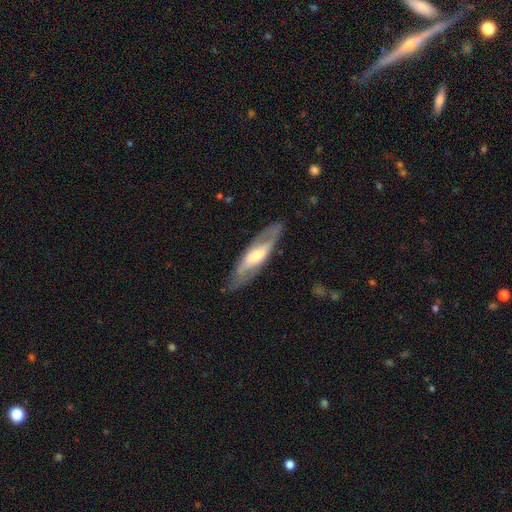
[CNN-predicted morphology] featured or disk 66%, smooth 29%, star or artifact 5%. Down the decision tree: edge-on disk — no (60%); merging — none (81%).